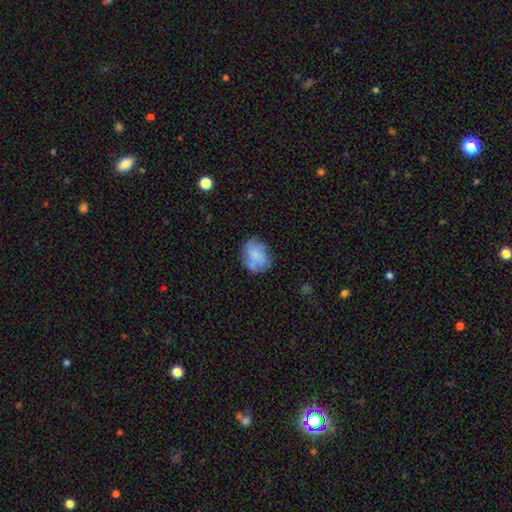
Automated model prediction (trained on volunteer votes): Smooth or featured? Predicted: smooth (p=0.59). How rounded? Predicted: in between (p=0.50). Merging? Predicted: none (p=0.58).